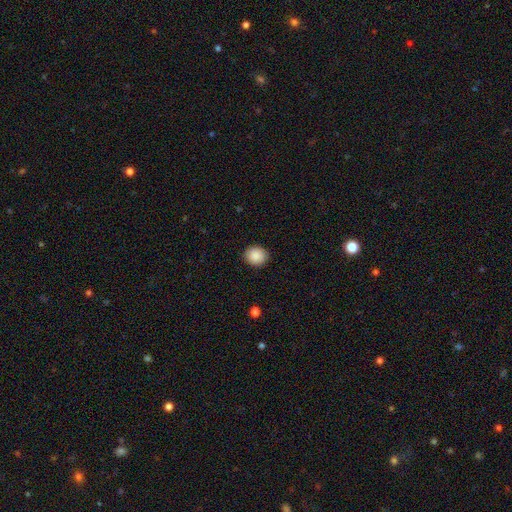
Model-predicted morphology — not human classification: A smooth galaxy with no disk features (89%) that is round (78%). Merging: none (90%).